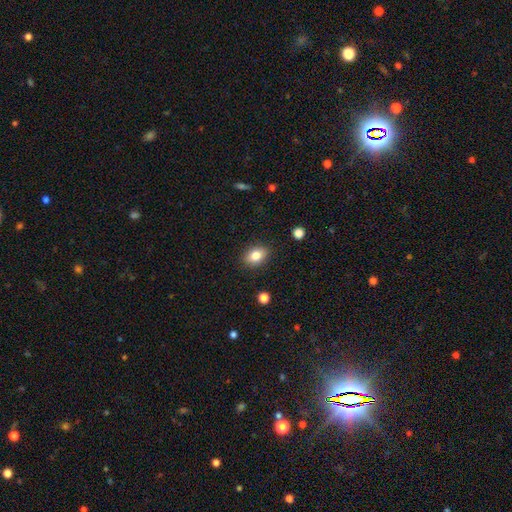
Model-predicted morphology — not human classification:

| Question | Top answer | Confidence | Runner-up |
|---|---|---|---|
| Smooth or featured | smooth | 81% | featured or disk (10%) |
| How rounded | in between | 75% | round (24%) |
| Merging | none | 86% | minor disturbance (10%) |